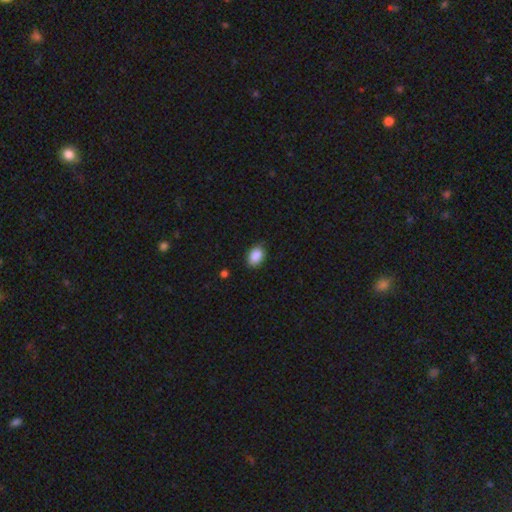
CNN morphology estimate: smooth 89%, star or artifact 7%, featured or disk 3%. Down the decision tree: how rounded — in between (86%); merging — none (83%).